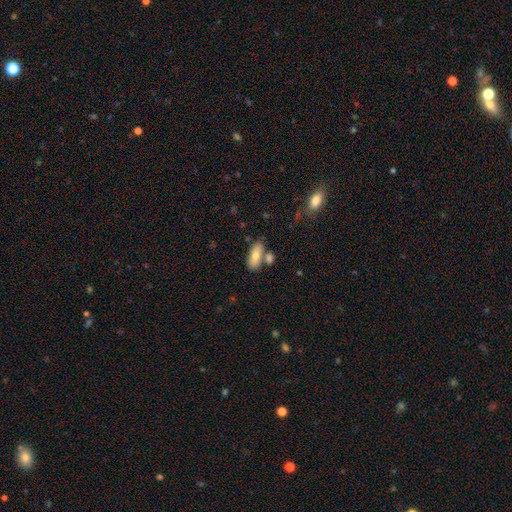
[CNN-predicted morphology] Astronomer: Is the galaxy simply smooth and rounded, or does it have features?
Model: smooth — 77%.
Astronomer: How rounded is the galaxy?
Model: in between — 83%.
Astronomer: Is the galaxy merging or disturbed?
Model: none — 61%.